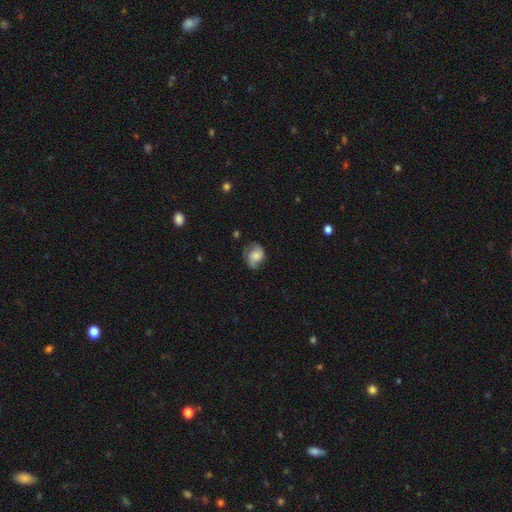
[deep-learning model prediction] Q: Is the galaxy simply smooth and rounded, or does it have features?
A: smooth — 54%.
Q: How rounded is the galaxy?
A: round — 56%.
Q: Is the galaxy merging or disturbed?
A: none — 53%.